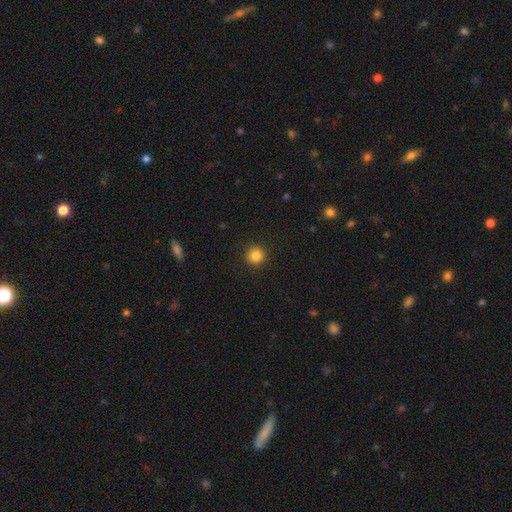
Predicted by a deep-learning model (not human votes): This is clearly a smooth galaxy (85%). How rounded: clearly round (95%). Merging: clearly none (92%).